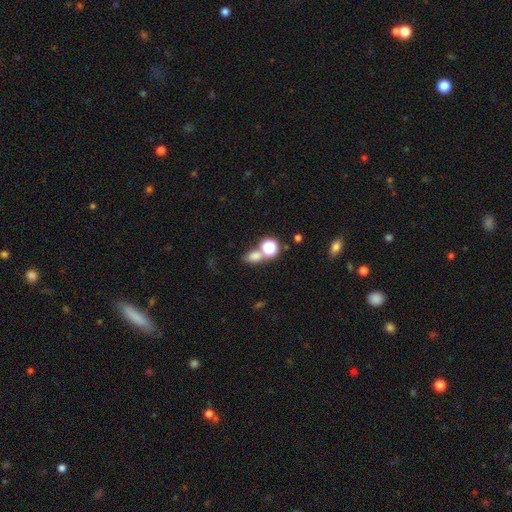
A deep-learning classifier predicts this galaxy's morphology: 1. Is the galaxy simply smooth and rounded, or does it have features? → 70% smooth, 21% star or artifact, 9% featured or disk.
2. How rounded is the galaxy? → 56% in between, 41% round, 2% cigar-shaped.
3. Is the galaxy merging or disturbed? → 48% none, 37% merger, 10% minor disturbance, 5% major disturbance.